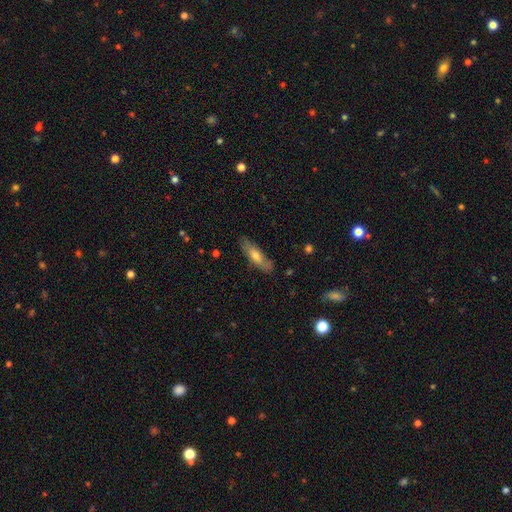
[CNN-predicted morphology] smooth 57%, featured or disk 36%, star or artifact 6%. Down the decision tree: how rounded — cigar-shaped (60%); merging — none (80%).